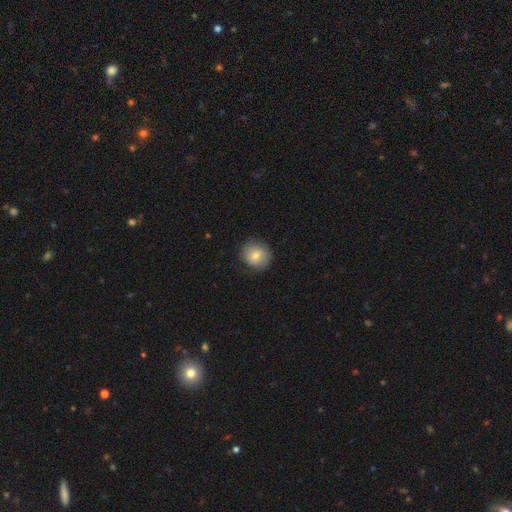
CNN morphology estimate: smooth 77%, featured or disk 15%, star or artifact 8%. Down the decision tree: how rounded — round (87%); merging — none (83%).